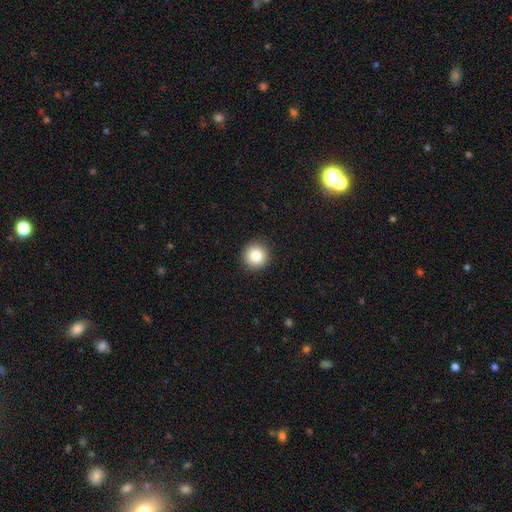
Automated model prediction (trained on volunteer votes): This is clearly a smooth galaxy (84%). How rounded: clearly round (95%). Merging: clearly none (92%).